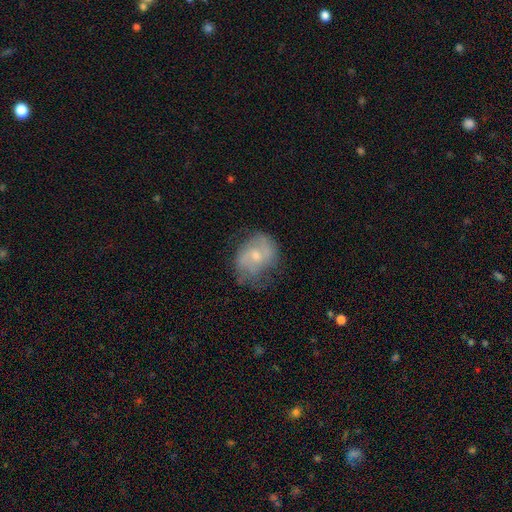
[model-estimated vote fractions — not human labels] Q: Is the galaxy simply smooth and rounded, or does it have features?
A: featured or disk — 63%.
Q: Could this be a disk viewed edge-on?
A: no — 97%.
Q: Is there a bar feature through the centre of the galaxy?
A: no — 55%.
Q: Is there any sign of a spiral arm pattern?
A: yes — 82%.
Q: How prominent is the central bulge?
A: small — 49%.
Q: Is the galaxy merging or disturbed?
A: none — 58%.